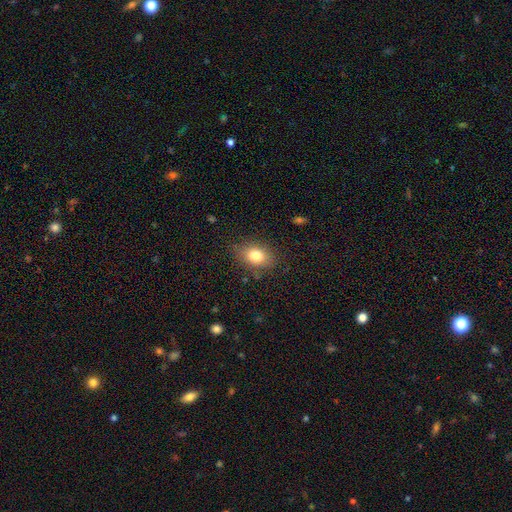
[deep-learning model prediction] Smooth or featured? Predicted: smooth (p=0.81). How rounded? Predicted: in between (p=0.81). Merging? Predicted: none (p=0.82).